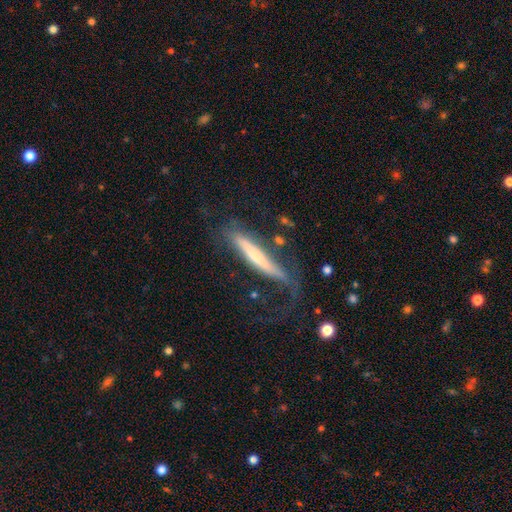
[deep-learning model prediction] The model was most divided on "smooth or featured": featured or disk: 56%, smooth: 37%, star or artifact: 6%. More confident: edge-on disk — yes (84%); merging — none (51%).